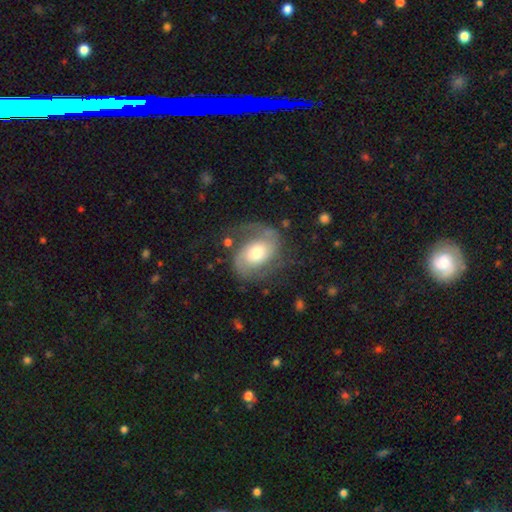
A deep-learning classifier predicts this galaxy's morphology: smooth-or-featured: featured or disk: 83% | smooth: 11% | star or artifact: 6%
  disk-edge-on: no: 98% | yes: 2%
    bar: no: 60% | weak: 30% | strong: 10%
    has-spiral-arms: yes: 95% | no: 5%
      spiral-winding: medium: 50% | tight: 28% | loose: 22%
      spiral-arm-count: 2: 88% | 1: 4% | can't tell: 4% | 3: 2% | 4: 1% | more than 4: 1%
    bulge-size: moderate: 64% | small: 18% | large: 15% | dominant: 2% | none: 1%
  merging: none: 71% | minor disturbance: 17% | major disturbance: 10% | merger: 2%